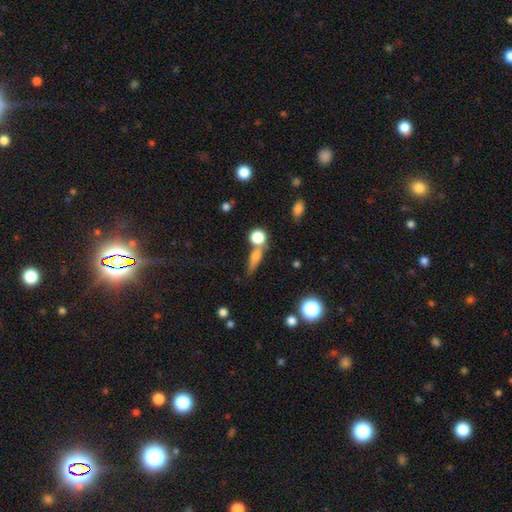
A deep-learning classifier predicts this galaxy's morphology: Smooth or featured? Predicted: smooth (p=0.64). How rounded? Predicted: cigar-shaped (p=0.50). Merging? Predicted: none (p=0.57).